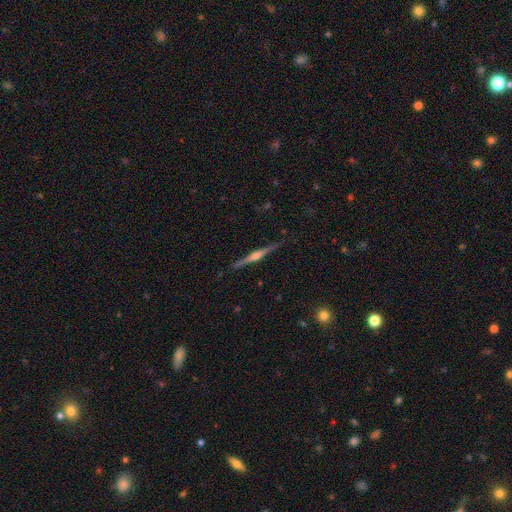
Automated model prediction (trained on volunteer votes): Overall: featured or disk (81%). Edge-on disk: yes (99%). Edge-on bulge: rounded (86%). Merging: none (89%).